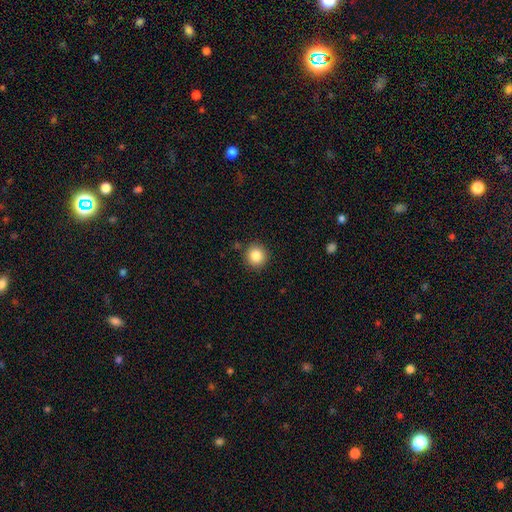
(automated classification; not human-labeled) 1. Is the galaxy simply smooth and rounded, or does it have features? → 85% smooth, 10% star or artifact, 5% featured or disk.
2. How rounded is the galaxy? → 93% round, 6% in between, 1% cigar-shaped.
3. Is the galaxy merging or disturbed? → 90% none, 7% minor disturbance, 2% major disturbance, 2% merger.